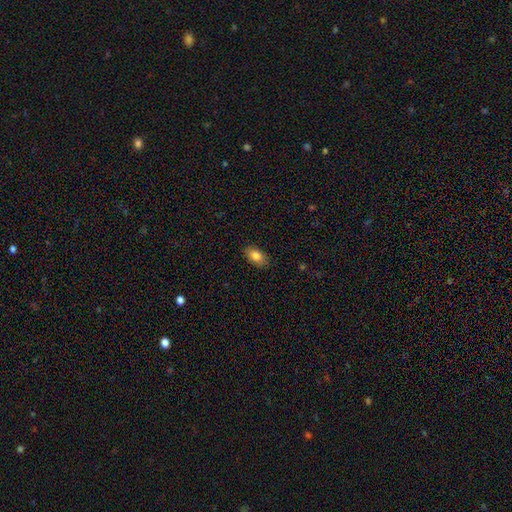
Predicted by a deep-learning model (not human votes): Smooth or featured?
  - smooth: 83% *
  - featured or disk: 10%
  - star or artifact: 8%
How rounded?
  - in between: 90% *
  - round: 8%
  - cigar-shaped: 2%
Merging?
  - none: 87% *
  - minor disturbance: 10%
  - major disturbance: 2%
  - merger: 1%